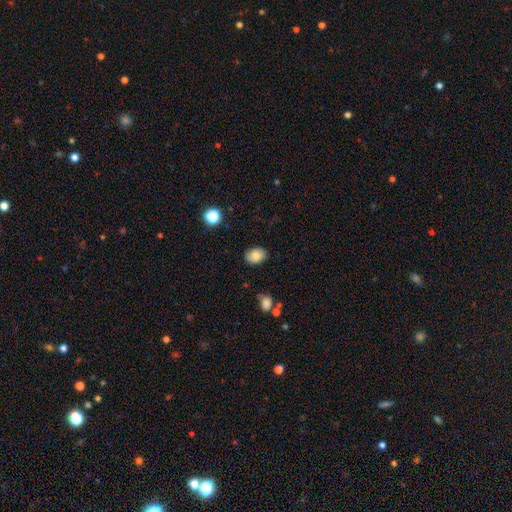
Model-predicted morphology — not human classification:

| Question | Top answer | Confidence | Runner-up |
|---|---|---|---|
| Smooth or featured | smooth | 82% | featured or disk (9%) |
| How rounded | in between | 69% | round (30%) |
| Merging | none | 83% | minor disturbance (13%) |